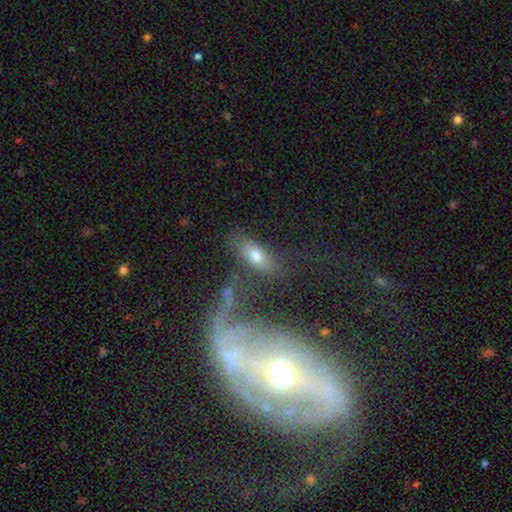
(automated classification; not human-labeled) Smooth or featured: smooth — 63% (featured or disk — 27%)
How rounded: in between — 77% (cigar-shaped — 18%)
Merging: none — 59% (minor disturbance — 17%)